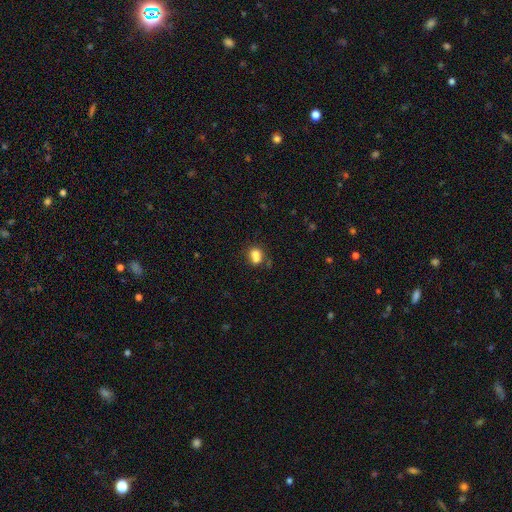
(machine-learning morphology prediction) smooth 75%, featured or disk 14%, star or artifact 12%. Down the decision tree: how rounded — in between (50%); merging — merger (44%).